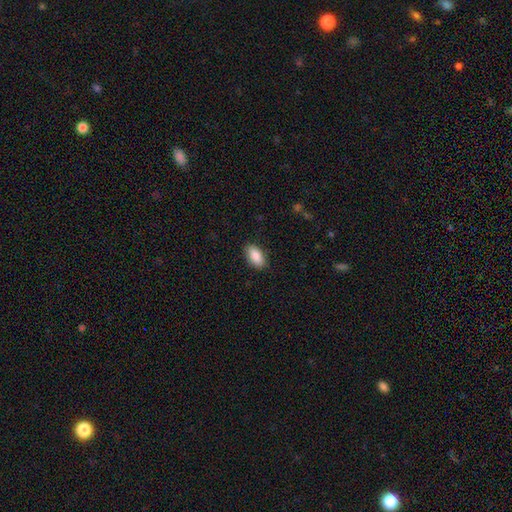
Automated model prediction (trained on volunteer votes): smooth-or-featured: smooth: 89% | star or artifact: 6% | featured or disk: 5%
  how-rounded: in between: 93% | cigar-shaped: 4% | round: 3%
  merging: none: 88% | minor disturbance: 9% | major disturbance: 2% | merger: 1%